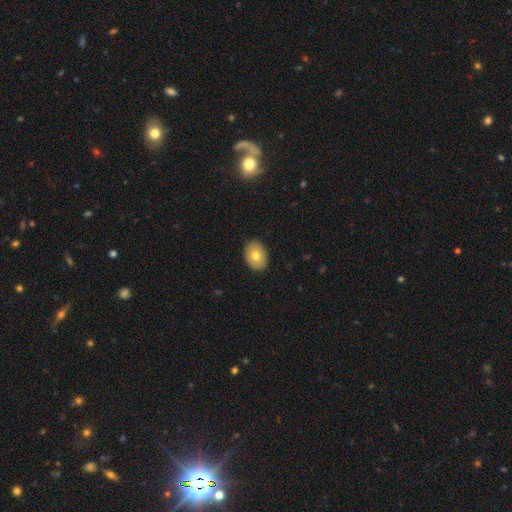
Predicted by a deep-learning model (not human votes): smooth-or-featured: smooth: 74% | featured or disk: 18% | star or artifact: 8%
  how-rounded: in between: 71% | round: 28% | cigar-shaped: 1%
  merging: none: 88% | minor disturbance: 9% | major disturbance: 2% | merger: 1%